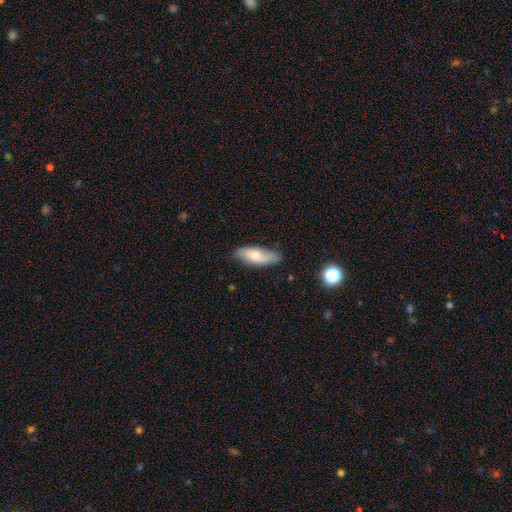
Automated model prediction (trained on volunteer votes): This appears to be a smooth galaxy with no disk features (68%) that is in between round and cigar-shaped (68%). Merging: none (74%).